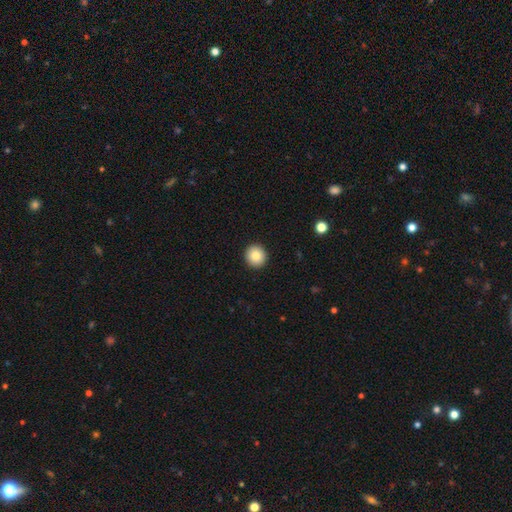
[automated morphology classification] smooth 85%, star or artifact 9%, featured or disk 7%. Down the decision tree: how rounded — round (93%); merging — none (93%).